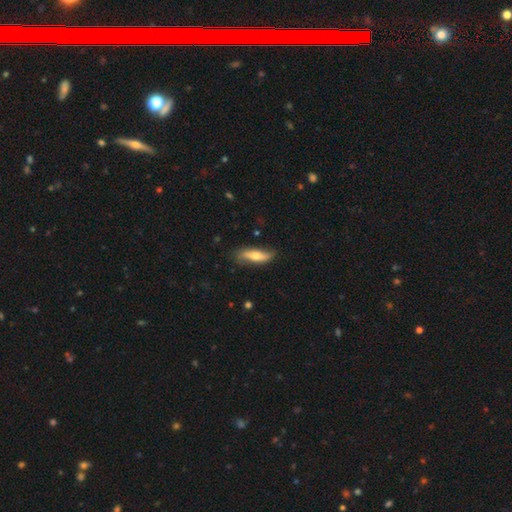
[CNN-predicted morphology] Smooth or featured? smooth (52%)
How rounded? cigar-shaped (56%)
Merging? none (76%)